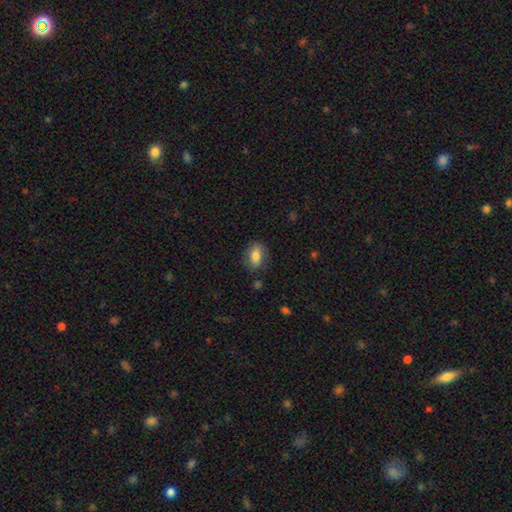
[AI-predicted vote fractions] The model was most divided on "smooth or featured": smooth: 75%, featured or disk: 18%, star or artifact: 7%. More confident: how rounded — in between (82%); merging — none (77%).